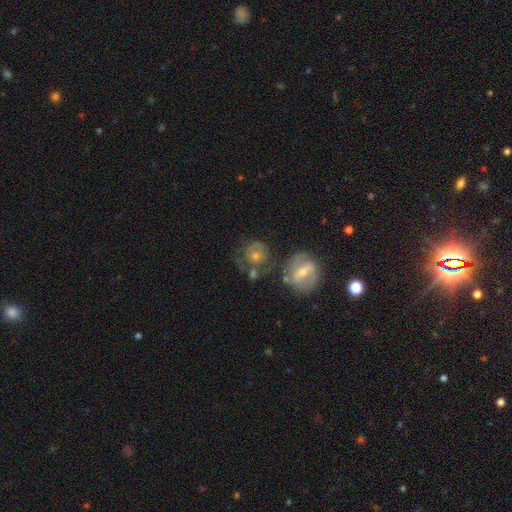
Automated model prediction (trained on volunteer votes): featured or disk 54%, smooth 35%, star or artifact 11%. Down the decision tree: edge-on disk — no (94%); bar — no (63%); spiral arms — yes (54%); bulge size — moderate (52%); merging — none (51%).